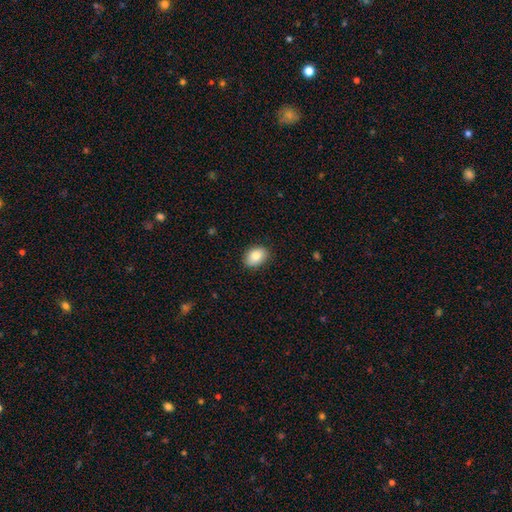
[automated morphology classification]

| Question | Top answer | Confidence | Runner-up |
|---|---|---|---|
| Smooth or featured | smooth | 84% | featured or disk (8%) |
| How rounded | in between | 79% | round (20%) |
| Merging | none | 87% | minor disturbance (10%) |